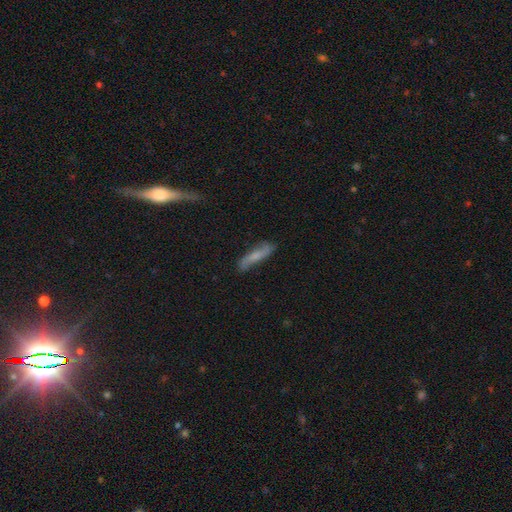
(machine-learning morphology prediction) Q: Smooth or featured?
A: smooth (51%); runner-up: featured or disk (42%)
Q: How rounded?
A: cigar-shaped (80%); runner-up: in between (18%)
Q: Merging?
A: none (75%); runner-up: minor disturbance (18%)